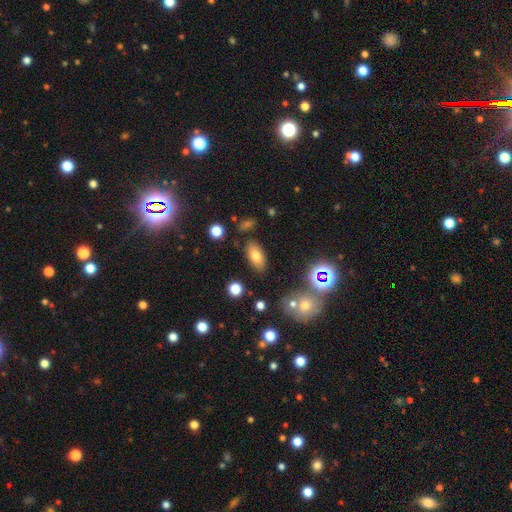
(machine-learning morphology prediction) smooth-or-featured: smooth: 73% | featured or disk: 15% | star or artifact: 12%
  how-rounded: in between: 90% | cigar-shaped: 6% | round: 5%
  merging: none: 83% | minor disturbance: 11% | merger: 4% | major disturbance: 3%